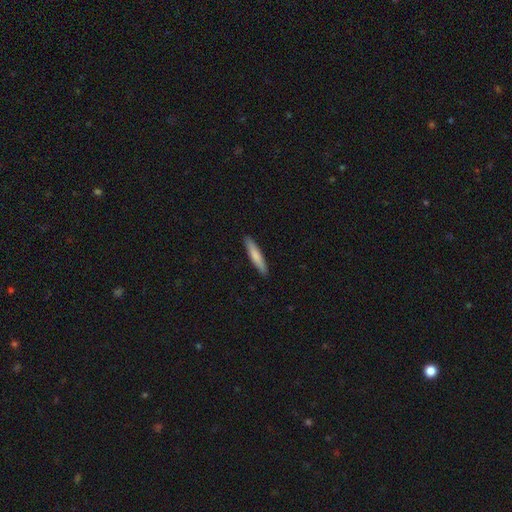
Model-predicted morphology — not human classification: Smooth or featured: smooth — 78% (featured or disk — 17%)
How rounded: cigar-shaped — 90% (in between — 9%)
Merging: none — 91% (minor disturbance — 6%)